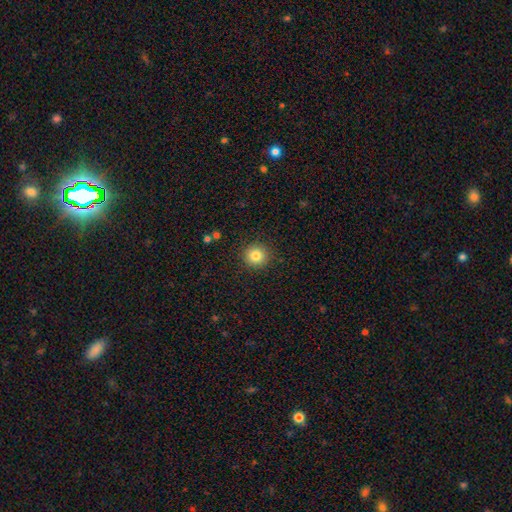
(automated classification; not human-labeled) smooth 82%, star or artifact 12%, featured or disk 7%. Down the decision tree: how rounded — round (94%); merging — none (91%).